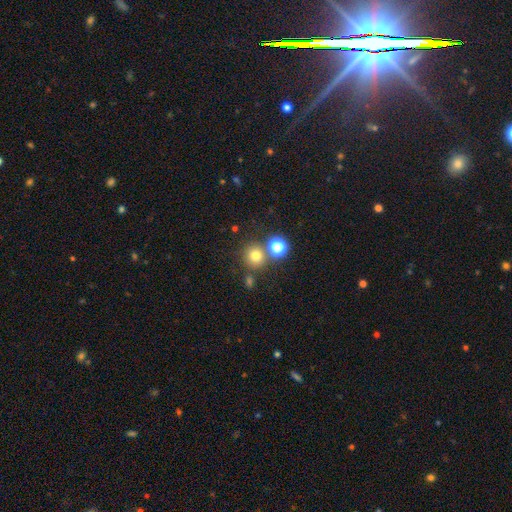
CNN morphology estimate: smooth 74%, star or artifact 18%, featured or disk 8%. Down the decision tree: how rounded — round (91%); merging — none (70%).